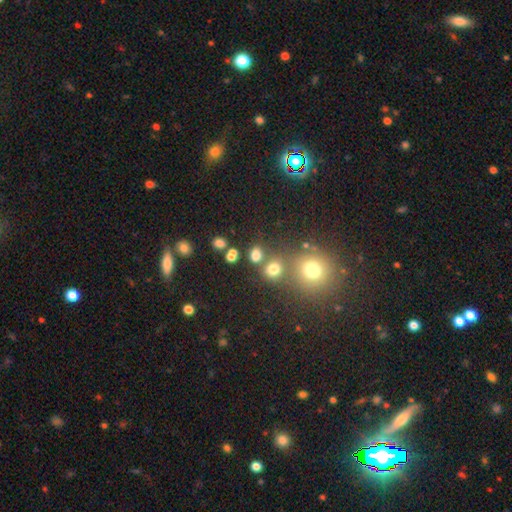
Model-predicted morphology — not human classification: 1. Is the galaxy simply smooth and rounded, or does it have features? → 75% smooth, 17% star or artifact, 8% featured or disk.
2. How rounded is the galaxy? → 55% round, 43% in between, 2% cigar-shaped.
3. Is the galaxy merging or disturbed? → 63% none, 22% merger, 10% minor disturbance, 5% major disturbance.